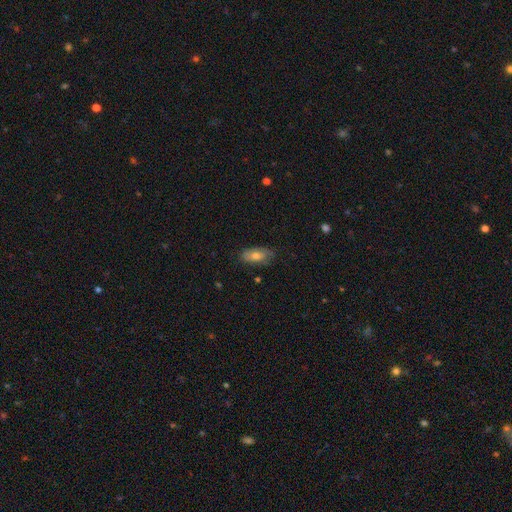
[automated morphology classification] Overall: smooth (62%; featured or disk 30%). How rounded: in between (87%). Merging: none (76%).